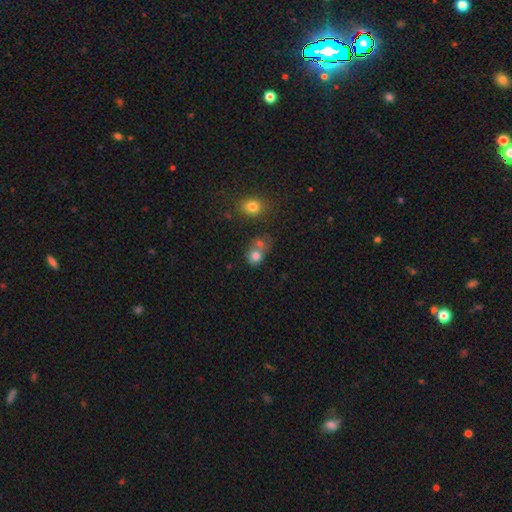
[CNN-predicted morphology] A smooth galaxy with no disk features (76%) that is round (64%). Merging: merger (49%).